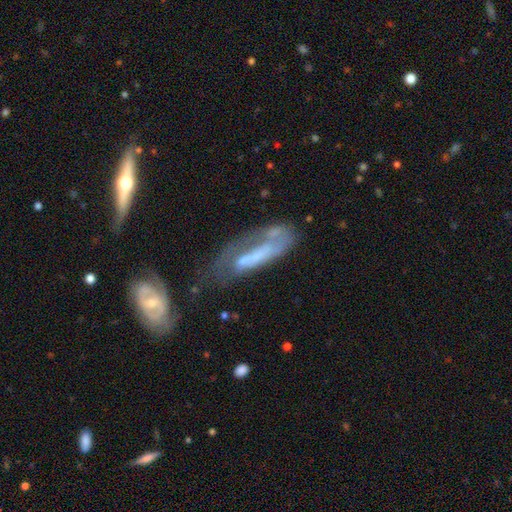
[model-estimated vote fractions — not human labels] Q: Smooth or featured?
A: featured or disk (58%); runner-up: smooth (32%)
Q: Edge-on disk?
A: no (82%); runner-up: yes (18%)
Q: Merging?
A: major disturbance (34%); runner-up: none (29%)